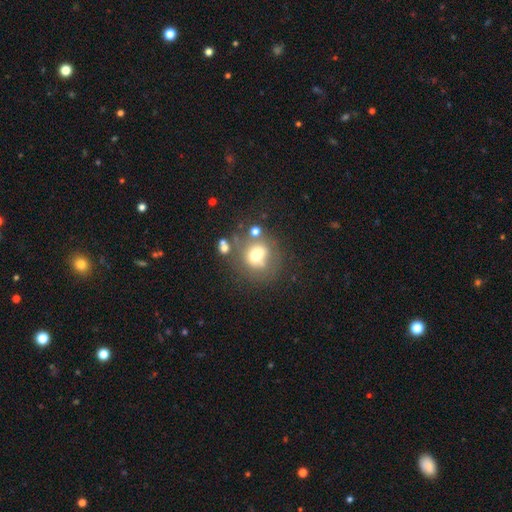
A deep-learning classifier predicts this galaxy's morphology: This is likely a smooth galaxy (62%). How rounded: likely round (79%). Merging: possibly none (53%).